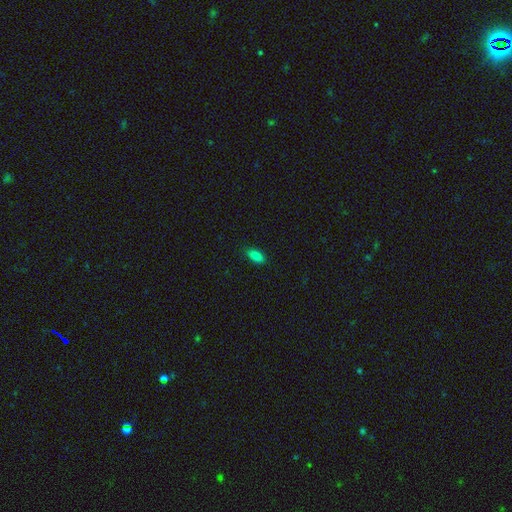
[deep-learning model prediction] Smooth or featured? smooth (84%)
How rounded? in between (89%)
Merging? none (88%)